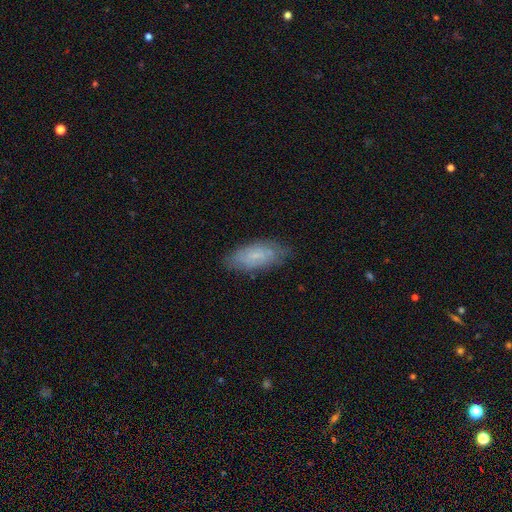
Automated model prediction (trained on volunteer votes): Smooth or featured? Predicted: smooth (p=0.58). How rounded? Predicted: in between (p=0.81). Merging? Predicted: none (p=0.76).